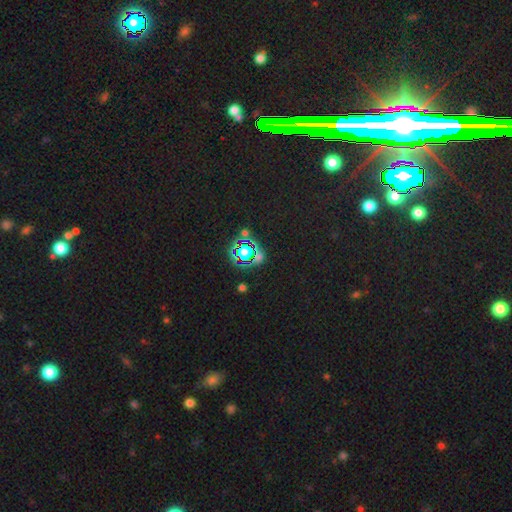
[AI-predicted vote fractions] Smooth or featured: star or artifact — 76% (smooth — 15%)